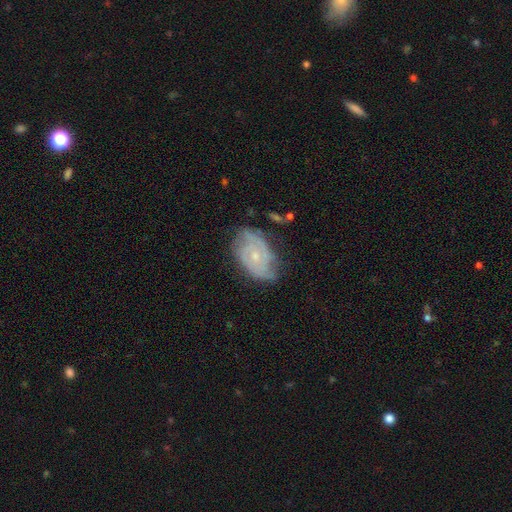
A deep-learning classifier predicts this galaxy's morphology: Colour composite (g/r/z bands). It shows a featured or disk galaxy (77%) with no bar (74%), 2 (39%) tight (59%) spiral arms (91%) and a small central bulge (69%). Merging: none (64%).